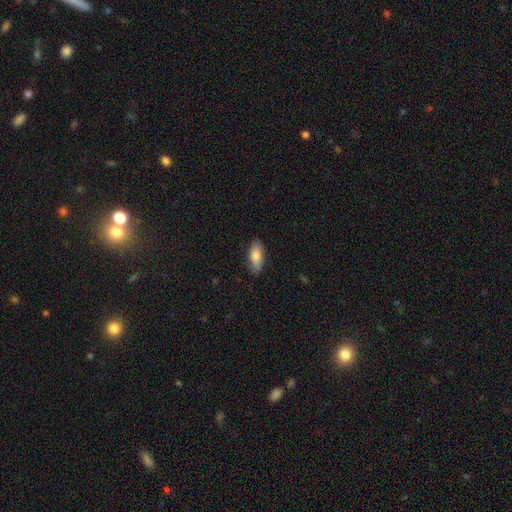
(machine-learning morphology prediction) The model was most divided on "how rounded": in between: 84%, cigar-shaped: 14%, round: 2%. More confident: merging — none (84%); smooth or featured — smooth (82%).